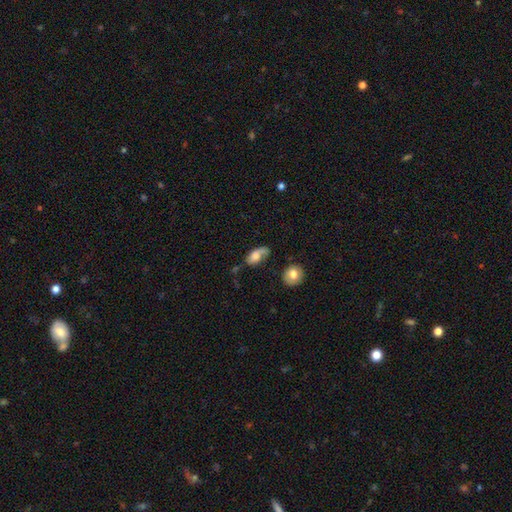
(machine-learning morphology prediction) Overall: smooth (53%; featured or disk 39%). How rounded: in between (84%). Merging: none (45%; minor disturbance 30%).